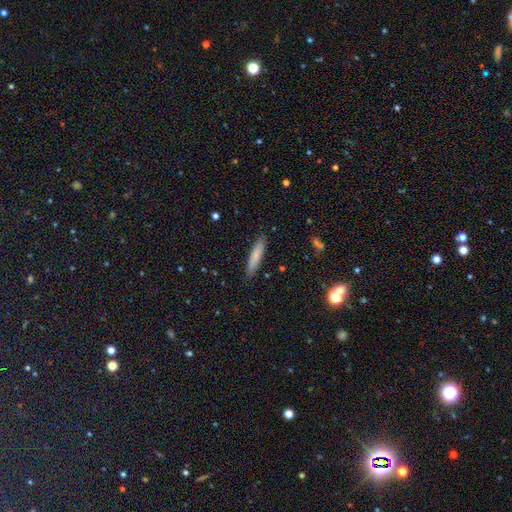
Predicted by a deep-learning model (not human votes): The model was most divided on "smooth or featured": smooth: 78%, featured or disk: 15%, star or artifact: 7%. More confident: merging — none (88%); how rounded — cigar-shaped (86%).